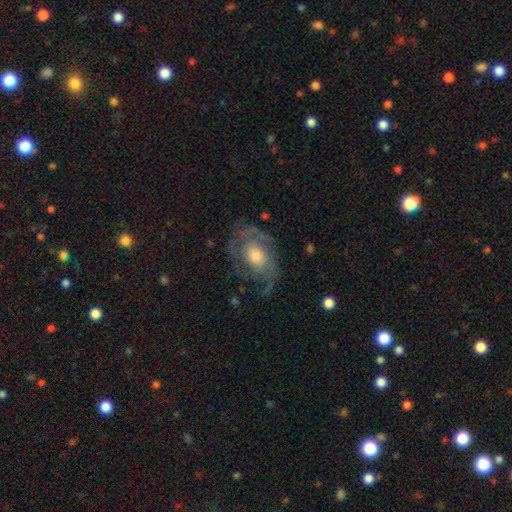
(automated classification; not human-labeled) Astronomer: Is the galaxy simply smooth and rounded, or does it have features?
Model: featured or disk — 78%.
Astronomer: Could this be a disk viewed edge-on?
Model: no — 97%.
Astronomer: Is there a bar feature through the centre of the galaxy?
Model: no — 75%.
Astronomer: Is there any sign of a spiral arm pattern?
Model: yes — 86%.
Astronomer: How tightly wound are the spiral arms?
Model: medium — 42% (runner-up: tight, 40%).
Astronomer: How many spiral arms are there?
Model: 2 — 46% (runner-up: can't tell, 26%).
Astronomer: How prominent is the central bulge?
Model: moderate — 55%.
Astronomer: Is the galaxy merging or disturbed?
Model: none — 63%.